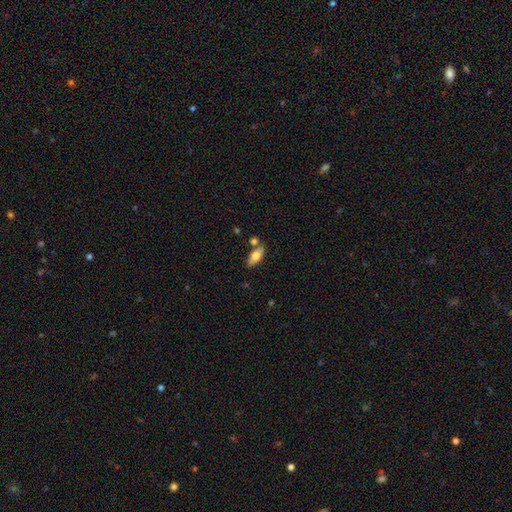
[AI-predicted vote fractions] Smooth or featured? Predicted: smooth (p=0.67). How rounded? Predicted: in between (p=0.78). Merging? Predicted: none (p=0.74).